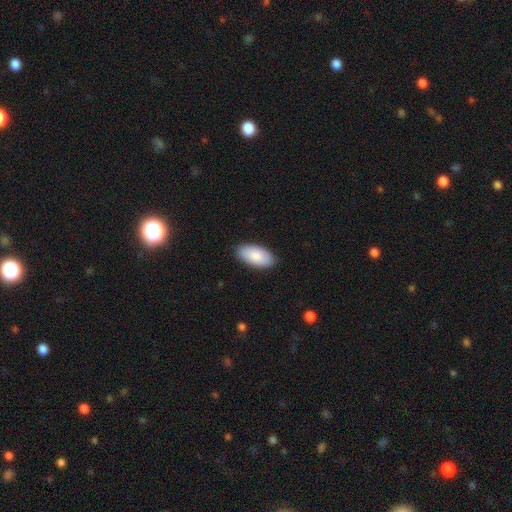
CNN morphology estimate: Smooth or featured? Predicted: smooth (p=0.86). How rounded? Predicted: in between (p=0.94). Merging? Predicted: none (p=0.87).